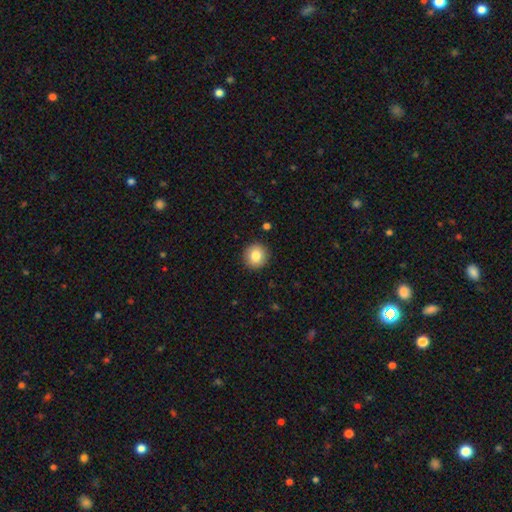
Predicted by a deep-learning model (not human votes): Smooth or featured?
  - smooth: 83% *
  - star or artifact: 9%
  - featured or disk: 8%
How rounded?
  - round: 94% *
  - in between: 5%
  - cigar-shaped: 1%
Merging?
  - none: 92% *
  - minor disturbance: 6%
  - major disturbance: 2%
  - merger: 1%